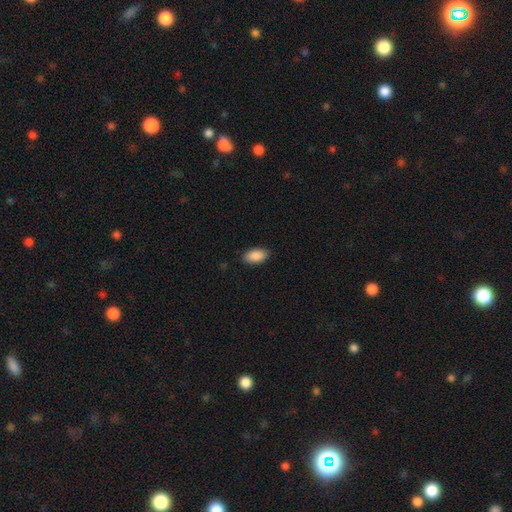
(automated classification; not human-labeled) Q: Smooth or featured?
A: smooth (90%); runner-up: star or artifact (6%)
Q: How rounded?
A: in between (94%); runner-up: round (3%)
Q: Merging?
A: none (87%); runner-up: minor disturbance (10%)